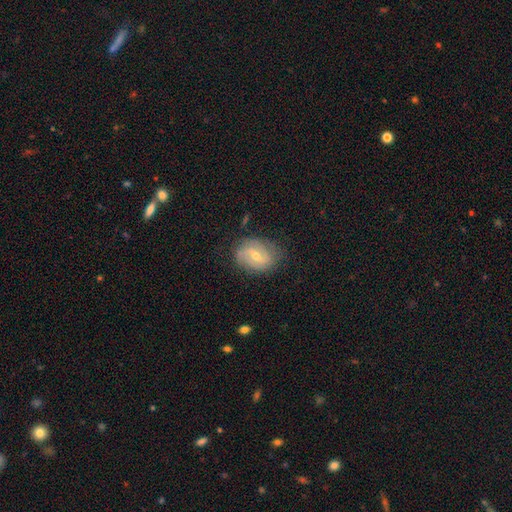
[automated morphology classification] The model was most divided on "spiral winding": medium: 39%, tight: 38%, loose: 23%. More confident: edge-on disk — no (96%); spiral arms — yes (83%); merging — none (74%); smooth or featured — featured or disk (67%); spiral arm count — 2 (64%); bulge size — moderate (54%); bar — weak (52%).